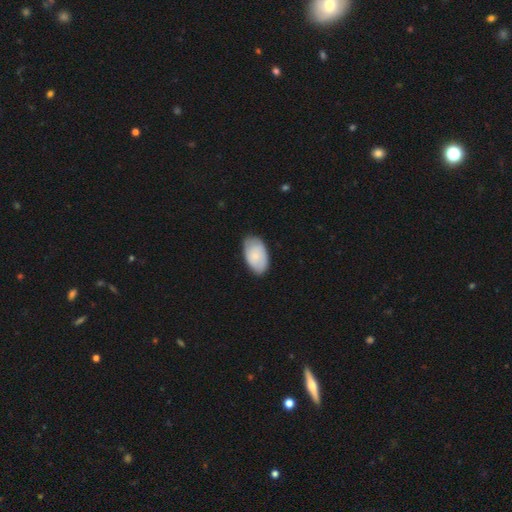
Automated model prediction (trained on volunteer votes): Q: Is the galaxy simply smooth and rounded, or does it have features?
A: smooth — 73%.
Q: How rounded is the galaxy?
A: in between — 94%.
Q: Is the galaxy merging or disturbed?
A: none — 79%.